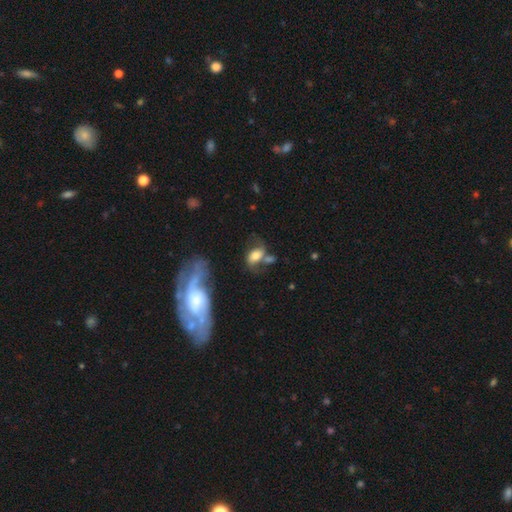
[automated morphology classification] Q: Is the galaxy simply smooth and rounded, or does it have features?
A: smooth — 48%.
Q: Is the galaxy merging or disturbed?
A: none — 36%.